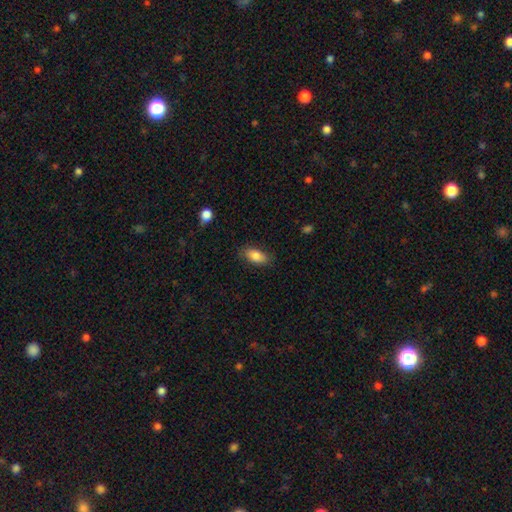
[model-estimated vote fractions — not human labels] The model was most divided on "merging": none: 80%, minor disturbance: 15%, major disturbance: 4%, merger: 1%. More confident: how rounded — in between (89%); smooth or featured — smooth (82%).